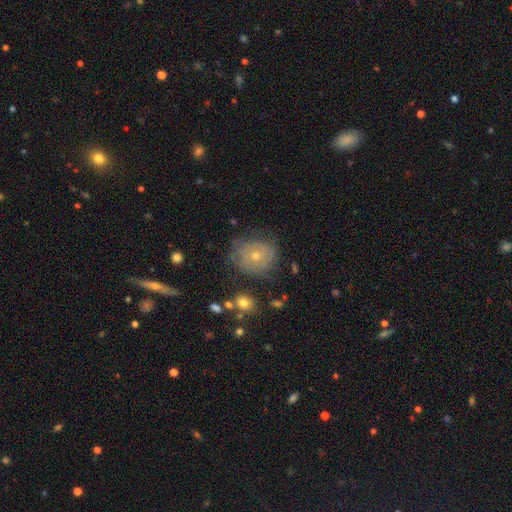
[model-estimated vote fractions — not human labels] Smooth or featured?
  - featured or disk: 57% *
  - smooth: 32%
  - star or artifact: 11%
Edge-on disk?
  - no: 97% *
  - yes: 3%
Bar?
  - no: 84% *
  - weak: 14%
  - strong: 2%
Spiral arms?
  - yes: 76% *
  - no: 24%
Bulge size?
  - small: 54% *
  - moderate: 42%
  - large: 1%
  - none: 1%
  - dominant: 1%
Merging?
  - none: 67% *
  - minor disturbance: 22%
  - major disturbance: 9%
  - merger: 2%